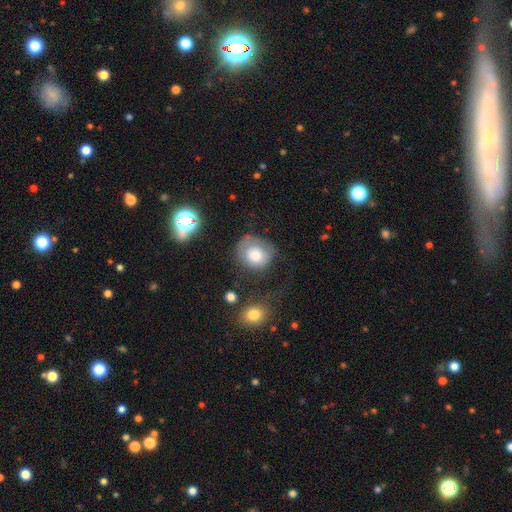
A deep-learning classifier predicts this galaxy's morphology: This appears to be a smooth galaxy with no disk features (65%) that is round (73%). Merging: none (47%).